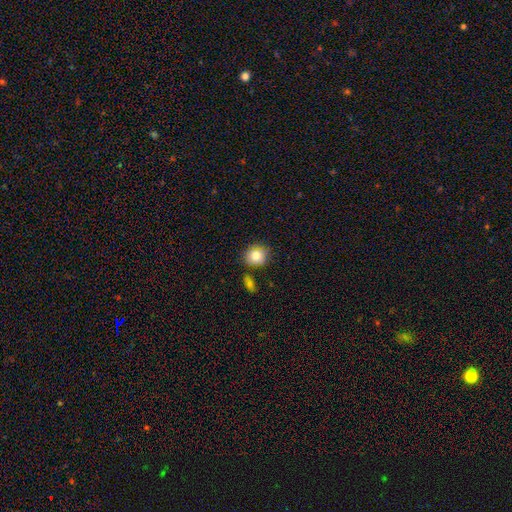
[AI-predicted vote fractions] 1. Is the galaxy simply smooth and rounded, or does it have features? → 78% smooth, 12% featured or disk, 10% star or artifact.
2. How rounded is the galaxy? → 75% round, 23% in between, 1% cigar-shaped.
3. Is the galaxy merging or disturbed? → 73% none, 16% minor disturbance, 8% merger, 4% major disturbance.